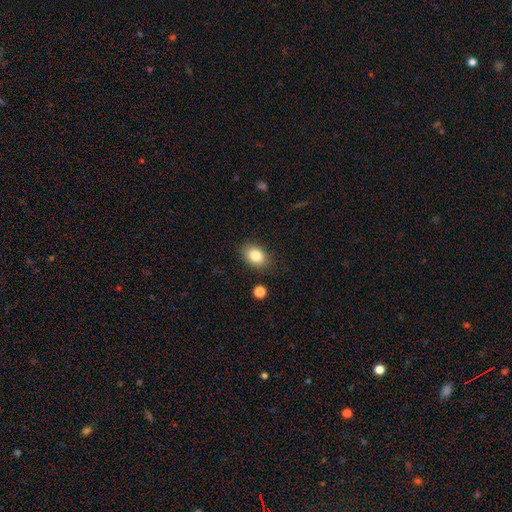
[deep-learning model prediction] smooth_or_featured: smooth (p=0.84) [alt: star or artifact p=0.09]
how_rounded: in between (p=0.79) [alt: round p=0.20]
merging: none (p=0.85) [alt: minor disturbance p=0.10]